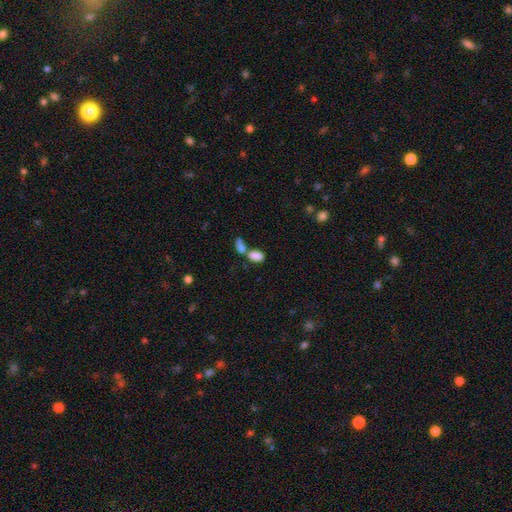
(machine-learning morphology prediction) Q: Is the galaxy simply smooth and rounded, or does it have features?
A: smooth — 84%.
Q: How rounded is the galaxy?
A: in between — 91%.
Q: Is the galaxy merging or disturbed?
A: merger — 52%.